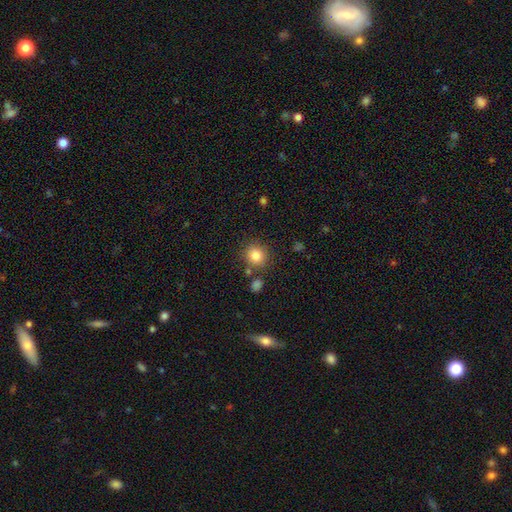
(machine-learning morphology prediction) A smooth galaxy with no disk features (84%) that is round (89%).

Vote fractions:
- Smooth or featured? smooth: 84% / star or artifact: 10% / featured or disk: 6%
- How rounded? round: 89% / in between: 10% / cigar-shaped: 1%
- Merging? none: 79% / minor disturbance: 10% / merger: 8% / major disturbance: 4%